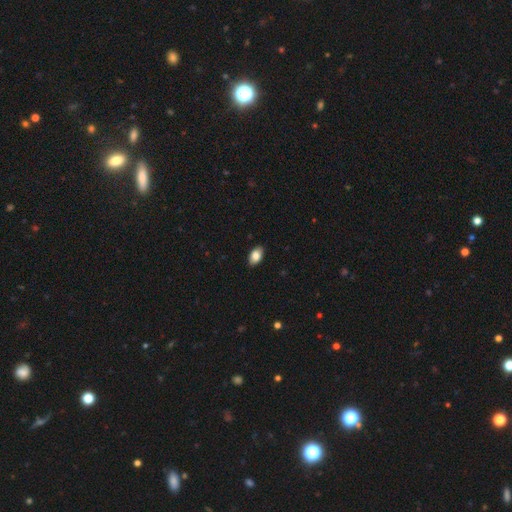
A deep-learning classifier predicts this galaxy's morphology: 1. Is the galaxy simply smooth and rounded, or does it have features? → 85% smooth, 8% featured or disk, 7% star or artifact.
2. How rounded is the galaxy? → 92% in between, 6% round, 2% cigar-shaped.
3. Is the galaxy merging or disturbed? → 89% none, 9% minor disturbance, 2% major disturbance, 1% merger.